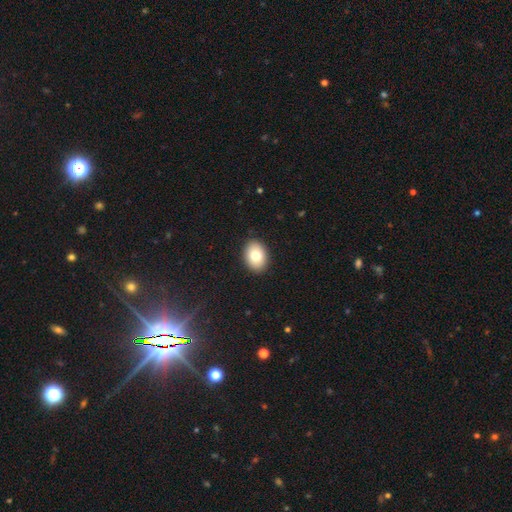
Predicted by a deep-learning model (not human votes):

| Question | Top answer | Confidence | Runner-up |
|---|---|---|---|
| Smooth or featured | smooth | 79% | featured or disk (13%) |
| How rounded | in between | 76% | round (23%) |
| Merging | none | 90% | minor disturbance (7%) |